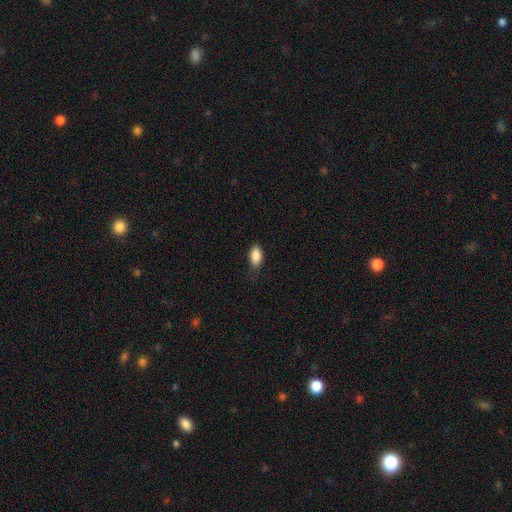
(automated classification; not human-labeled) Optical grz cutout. It shows a smooth galaxy with no disk features (87%) that is in between round and cigar-shaped (90%). Merging: none (68%).